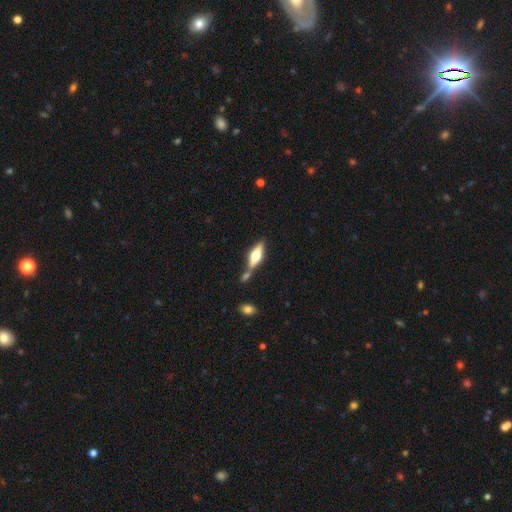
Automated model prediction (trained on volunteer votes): Smooth or featured: featured or disk — 57% (smooth — 37%)
Edge-on disk: yes — 92% (no — 8%)
Edge-on bulge: rounded — 91% (boxy — 7%)
Merging: none — 61% (merger — 20%)